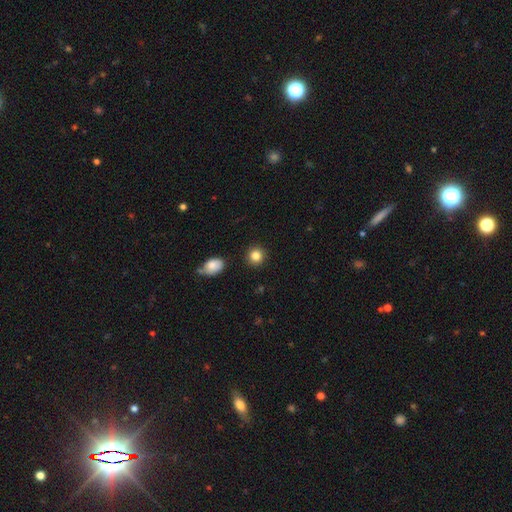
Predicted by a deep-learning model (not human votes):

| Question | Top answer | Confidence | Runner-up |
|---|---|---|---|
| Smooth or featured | smooth | 85% | star or artifact (10%) |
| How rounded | round | 90% | in between (9%) |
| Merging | none | 90% | minor disturbance (6%) |